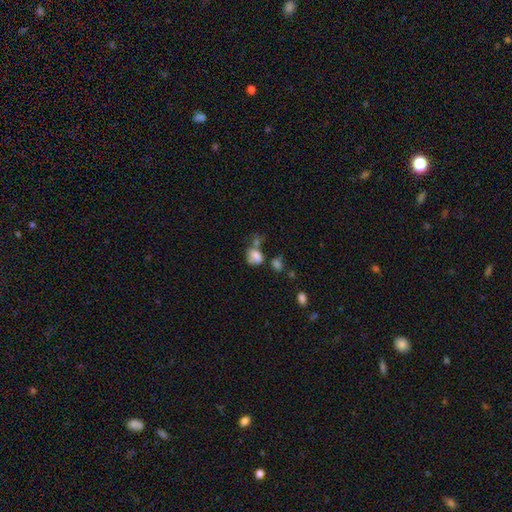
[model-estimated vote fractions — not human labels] Smooth or featured? smooth (75%)
How rounded? in between (62%)
Merging? none (33%)